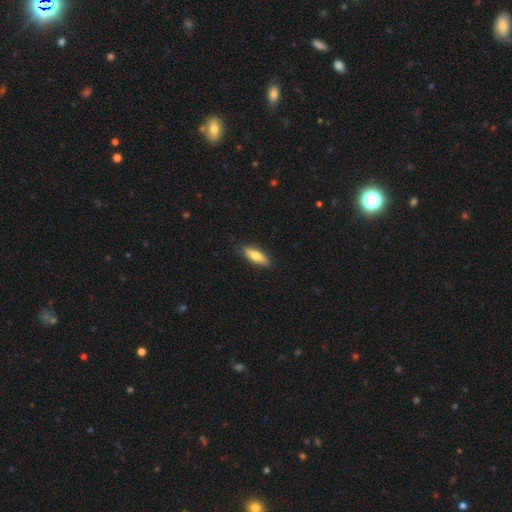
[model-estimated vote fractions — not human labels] Overall: smooth (68%). How rounded: in between (51%; cigar-shaped 47%). Merging: none (86%).